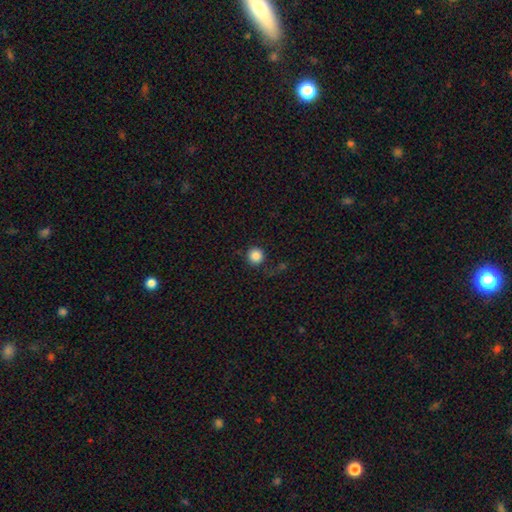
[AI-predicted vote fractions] A smooth galaxy with no disk features (86%) that is round (95%).

Vote fractions:
- Smooth or featured? smooth: 86% / star or artifact: 10% / featured or disk: 4%
- How rounded? round: 95% / in between: 4% / cigar-shaped: 1%
- Merging? none: 83% / minor disturbance: 10% / major disturbance: 5% / merger: 2%